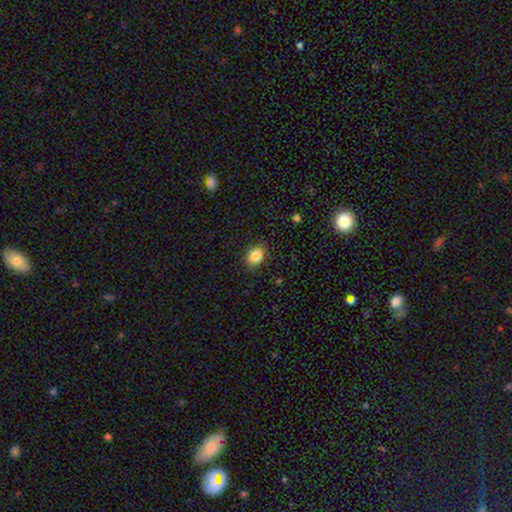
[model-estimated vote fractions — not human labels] Q: Smooth or featured?
A: smooth (85%); runner-up: star or artifact (10%)
Q: How rounded?
A: in between (56%); runner-up: round (43%)
Q: Merging?
A: none (87%); runner-up: minor disturbance (10%)